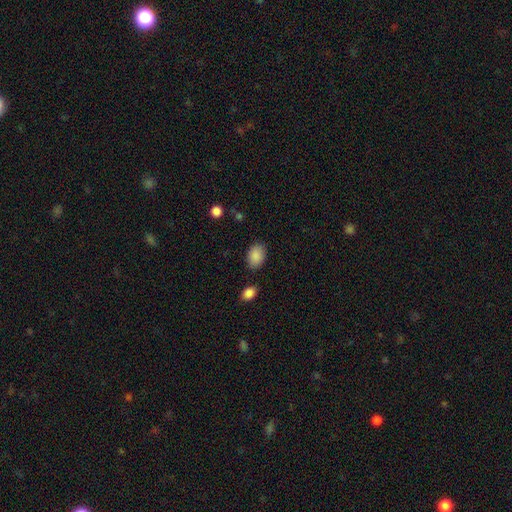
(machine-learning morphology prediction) This is clearly a smooth galaxy (89%). How rounded: clearly in between (85%). Merging: clearly none (82%).